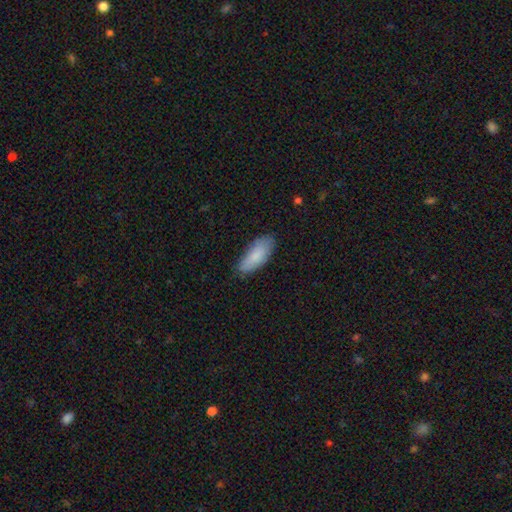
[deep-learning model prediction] Morphology: type=smooth (84%); roundness=in between (80%); merging=none (76%).